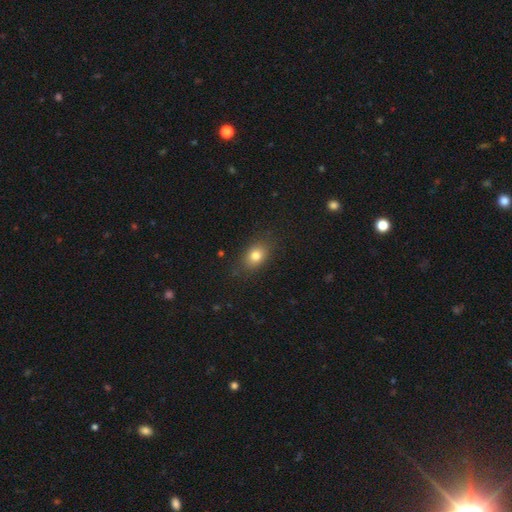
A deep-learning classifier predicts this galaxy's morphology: type=smooth (79%); roundness=in between (69%); merging=none (81%).